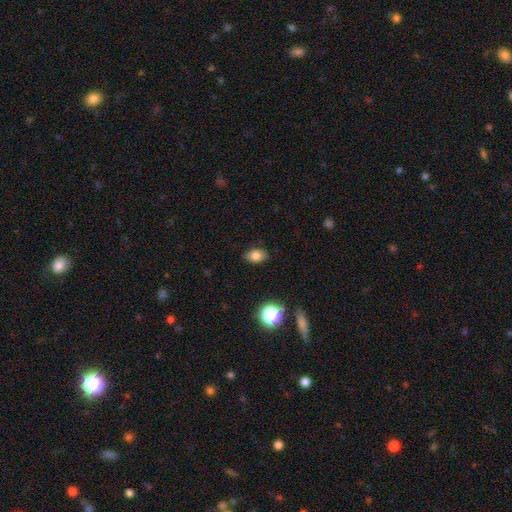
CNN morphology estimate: This is likely a smooth galaxy (80%). How rounded: clearly in between (81%). Merging: clearly none (86%).